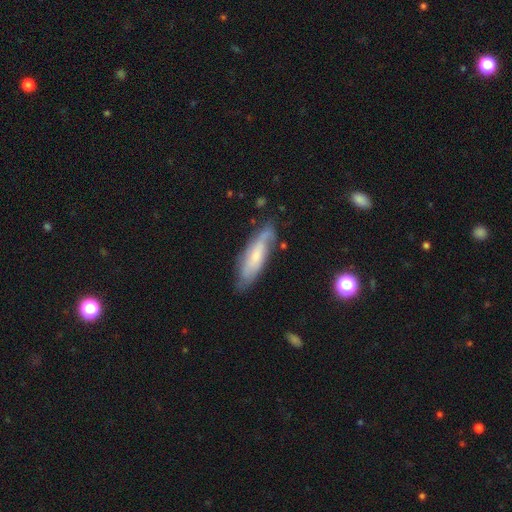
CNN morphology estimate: smooth-or-featured: featured or disk: 48% | smooth: 44% | star or artifact: 7%
  merging: none: 70% | minor disturbance: 22% | major disturbance: 6% | merger: 2%